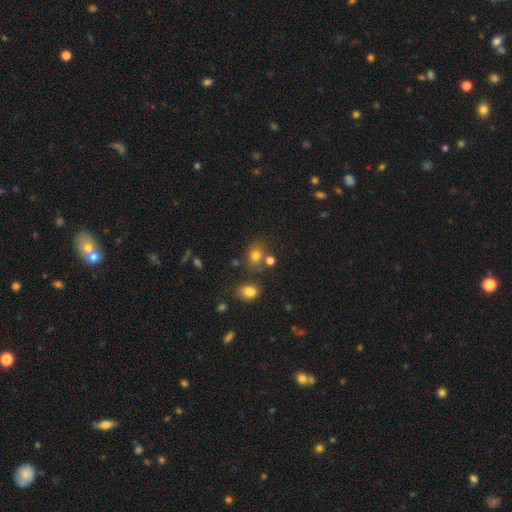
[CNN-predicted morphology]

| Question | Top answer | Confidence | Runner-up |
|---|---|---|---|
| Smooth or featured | smooth | 76% | star or artifact (15%) |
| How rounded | round | 58% | in between (40%) |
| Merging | none | 65% | merger (16%) |